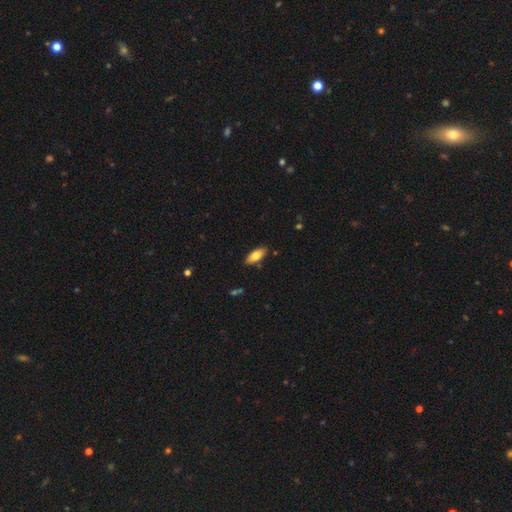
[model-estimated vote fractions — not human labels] A smooth galaxy with no disk features (78%) that is in between round and cigar-shaped (85%). Merging: none (86%).